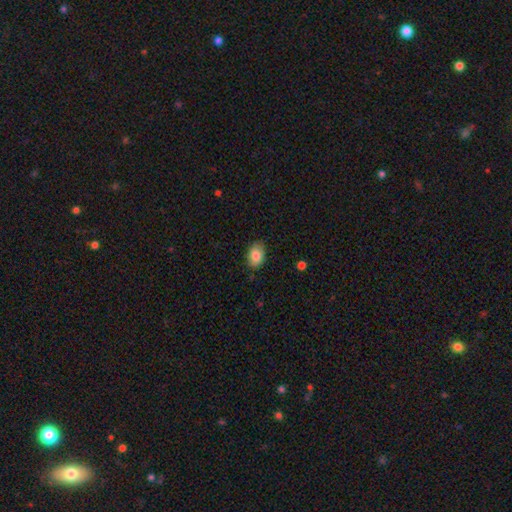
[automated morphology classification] Overall: smooth (85%). How rounded: in between (86%). Merging: none (82%).